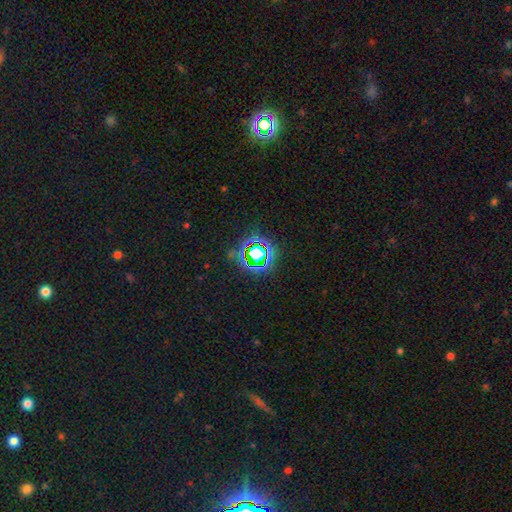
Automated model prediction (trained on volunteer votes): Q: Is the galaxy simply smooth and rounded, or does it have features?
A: star or artifact — 71%.